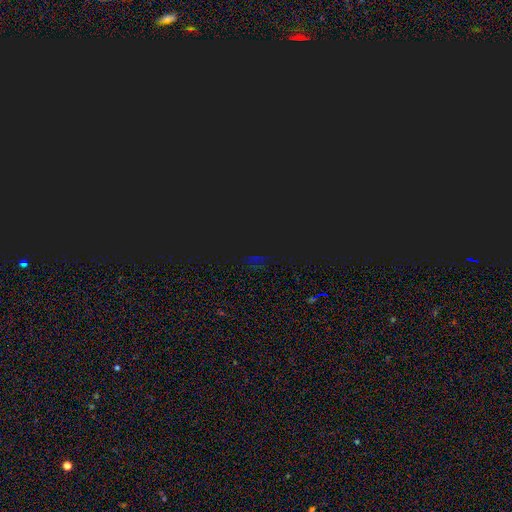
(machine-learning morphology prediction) Overall: star or artifact (81%).